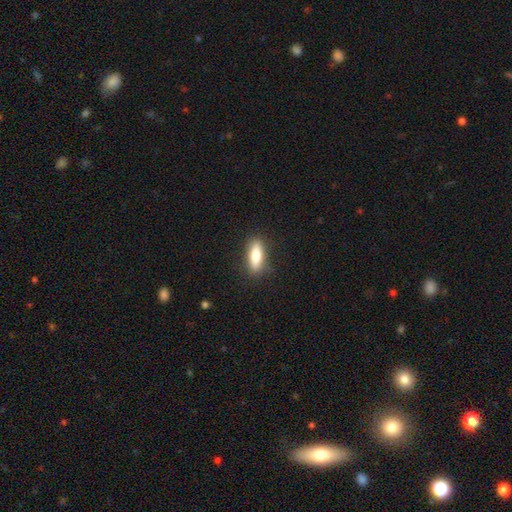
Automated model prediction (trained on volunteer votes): Overall: smooth (73%). How rounded: in between (55%; cigar-shaped 43%). Merging: none (86%).